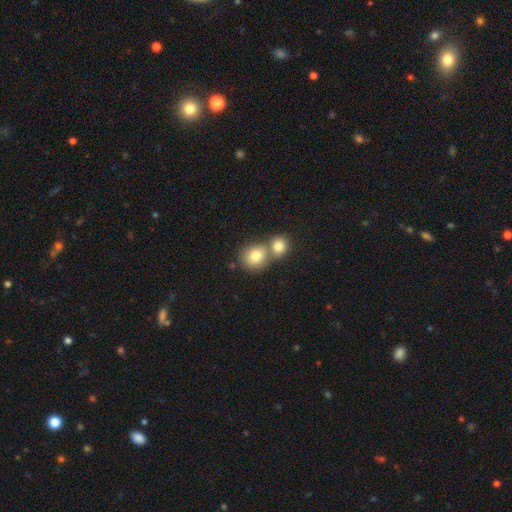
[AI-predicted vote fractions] smooth_or_featured: smooth (p=0.80) [alt: featured or disk p=0.11]
how_rounded: round (p=0.79) [alt: in between p=0.20]
merging: merger (p=0.51) [alt: none p=0.40]